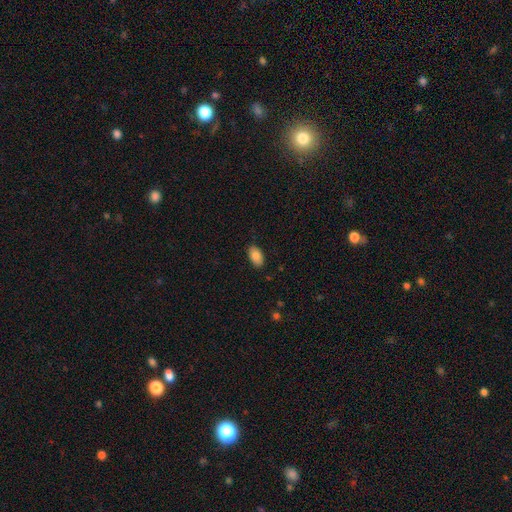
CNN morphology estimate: The model was most divided on "smooth or featured": smooth: 83%, featured or disk: 10%, star or artifact: 7%. More confident: how rounded — in between (94%); merging — none (87%).